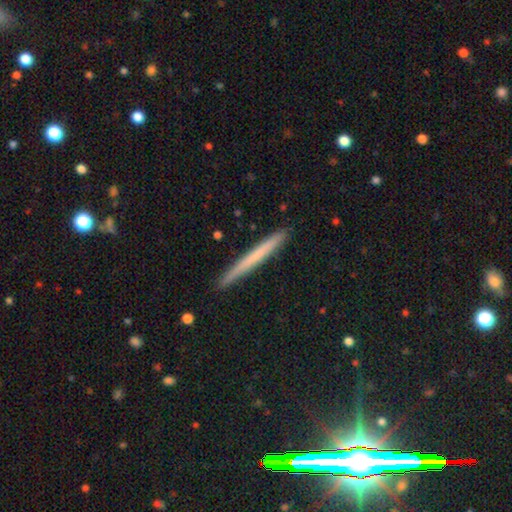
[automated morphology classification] Overall: smooth (60%; featured or disk 34%). How rounded: cigar-shaped (97%). Merging: none (91%).